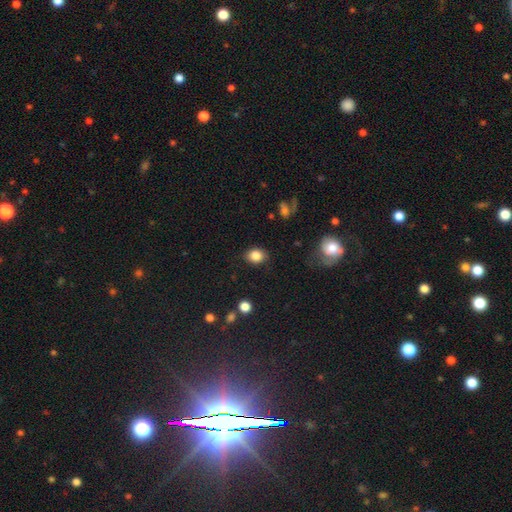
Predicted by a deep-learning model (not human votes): This is clearly a smooth galaxy (84%). How rounded: possibly in between (50%). Merging: clearly none (82%).